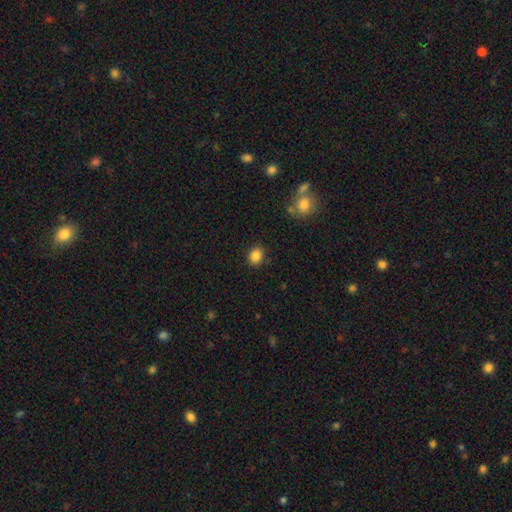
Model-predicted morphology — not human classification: smooth-or-featured: smooth: 86% | star or artifact: 10% | featured or disk: 4%
  how-rounded: round: 53% | in between: 46% | cigar-shaped: 1%
  merging: none: 87% | minor disturbance: 9% | major disturbance: 3% | merger: 2%